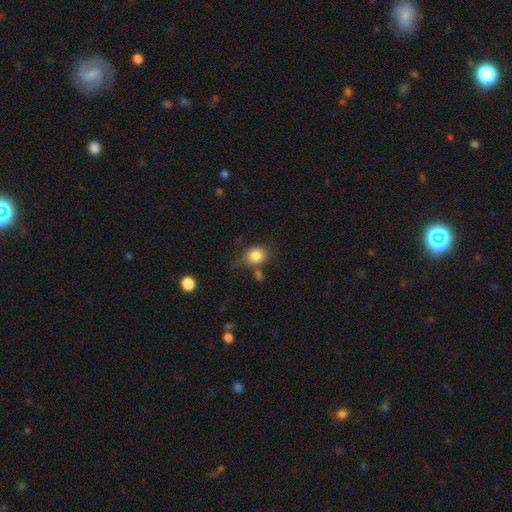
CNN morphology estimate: smooth 83%, star or artifact 10%, featured or disk 7%. Down the decision tree: how rounded — round (61%); merging — none (63%).